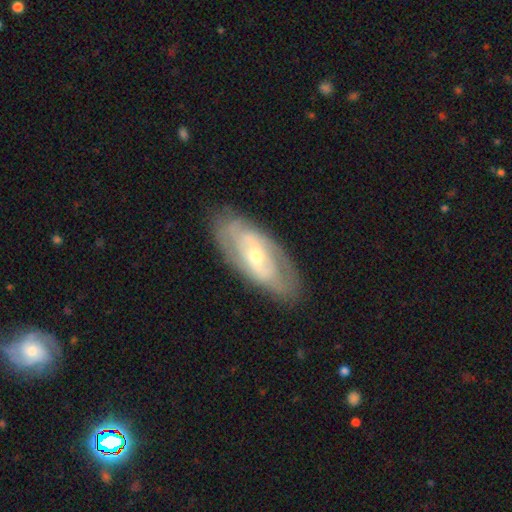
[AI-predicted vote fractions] Morphology: type=featured or disk (73%); edge-on=no (89%); bar=no (51%); spiral arms=yes (67%); bulge=small (51%); merging=none (79%).